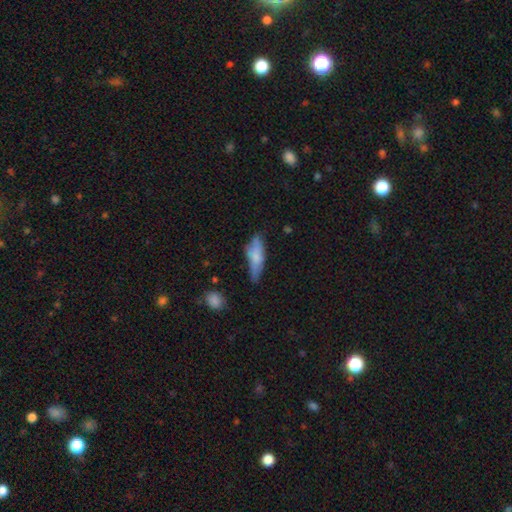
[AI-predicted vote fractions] This appears to be a smooth galaxy with no disk features (61%) that is cigar-shaped (50%). Merging: none (52%).